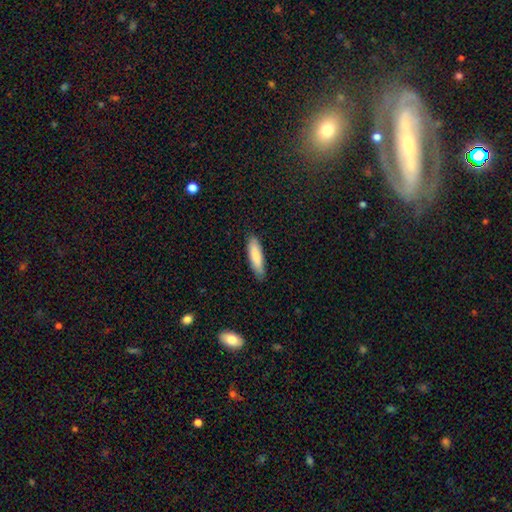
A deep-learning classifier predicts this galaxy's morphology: Smooth or featured? Predicted: smooth (p=0.83). How rounded? Predicted: cigar-shaped (p=0.62). Merging? Predicted: none (p=0.83).